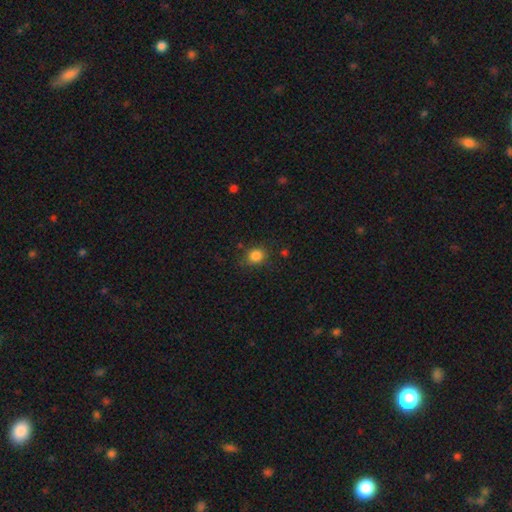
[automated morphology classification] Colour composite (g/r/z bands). It shows a smooth galaxy with no disk features (84%) that is round (72%). Merging: none (81%).